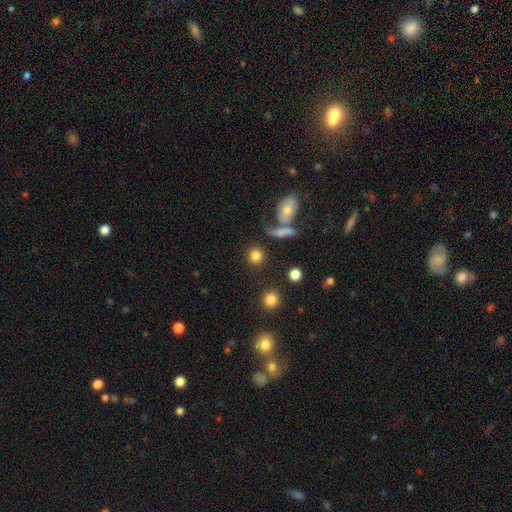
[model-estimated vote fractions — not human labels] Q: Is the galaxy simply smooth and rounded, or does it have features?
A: smooth — 81%.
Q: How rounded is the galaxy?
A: round — 87%.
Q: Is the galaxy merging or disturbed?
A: none — 77%.